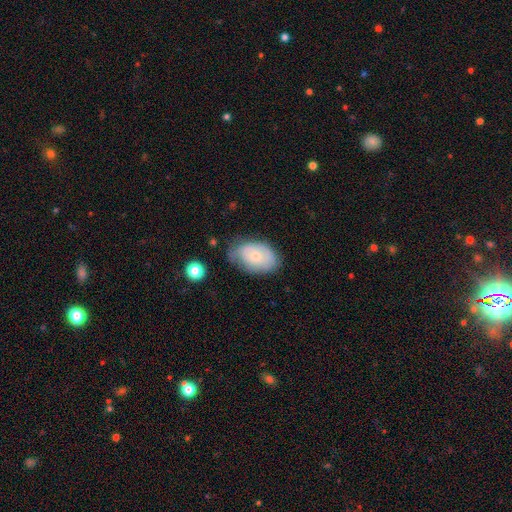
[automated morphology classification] smooth 61%, featured or disk 32%, star or artifact 7%. Down the decision tree: how rounded — in between (89%); merging — none (55%).